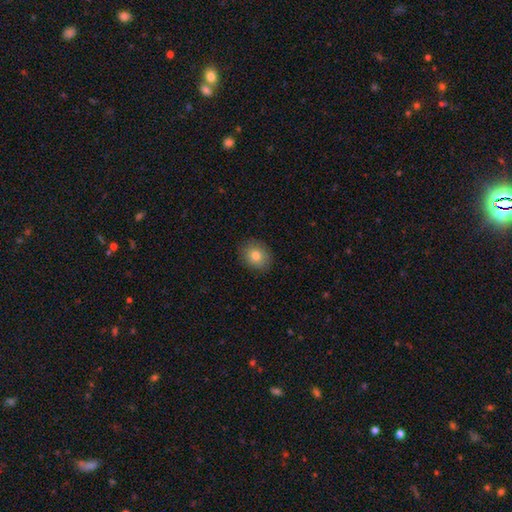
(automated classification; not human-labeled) Overall: smooth (80%). How rounded: round (61%; in between 38%). Merging: none (87%).